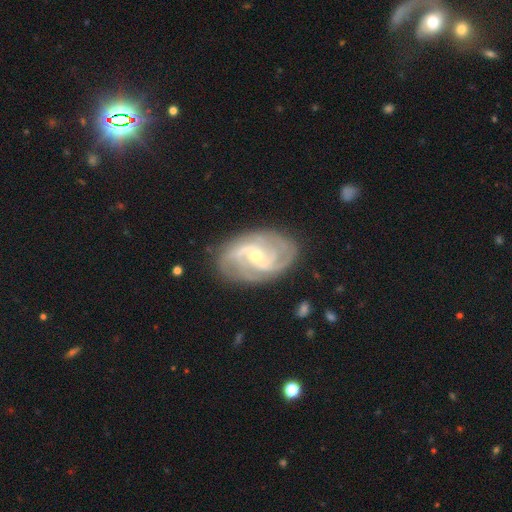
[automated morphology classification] The model was most divided on "bar": no: 45%, weak: 42%, strong: 13%. Remaining: spiral arms — yes (97%); edge-on disk — no (97%); smooth or featured — featured or disk (89%); merging — none (79%); bulge size — small (57%); spiral winding — tight (48%); spiral arm count — 2 (35%).